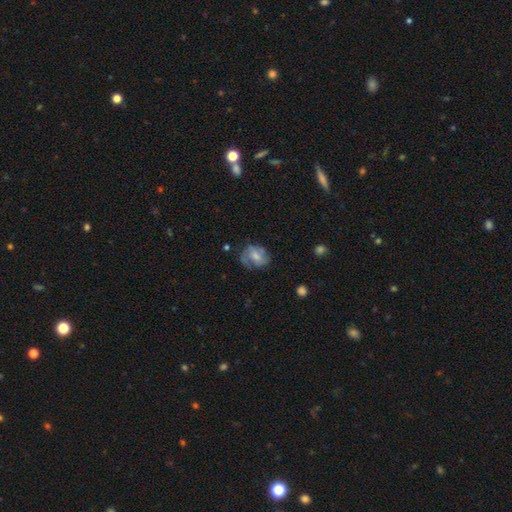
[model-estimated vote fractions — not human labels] This appears to be a featured or disk galaxy (55%) with no bar (49%), spiral arms (77%) and a moderate central bulge (39%). Merging: none (58%).